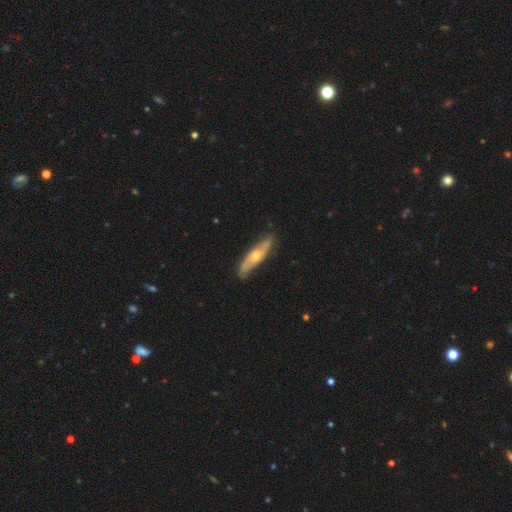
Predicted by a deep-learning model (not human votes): A featured or disk galaxy (61%). Merging: none (81%).